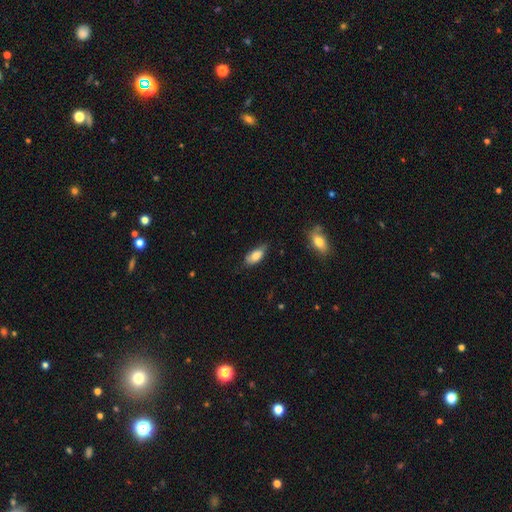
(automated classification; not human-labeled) Smooth or featured: smooth — 79% (featured or disk — 14%)
How rounded: in between — 85% (cigar-shaped — 12%)
Merging: none — 62% (minor disturbance — 31%)